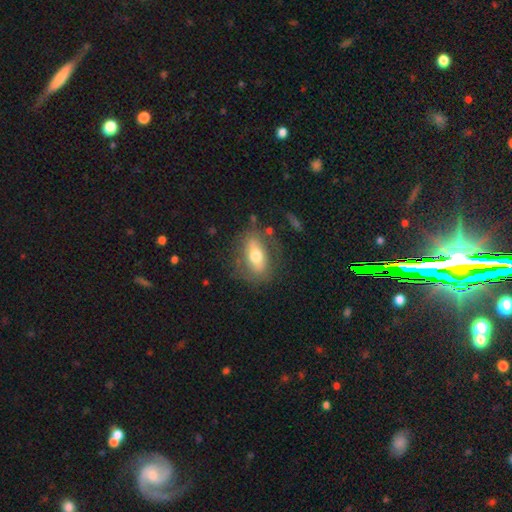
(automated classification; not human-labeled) Smooth or featured: smooth — 50% (featured or disk — 43%)
Merging: none — 73% (minor disturbance — 16%)